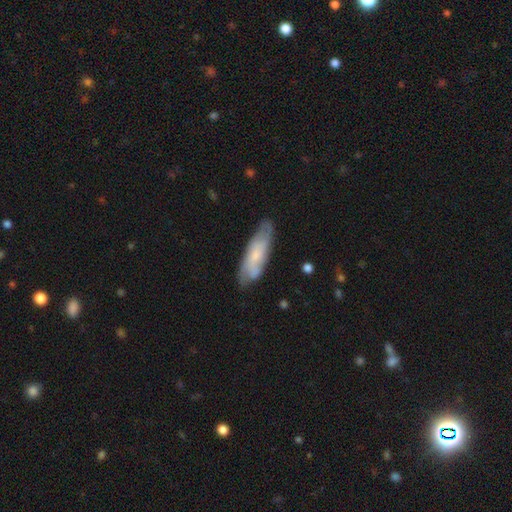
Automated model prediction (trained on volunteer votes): smooth_or_featured: featured or disk (p=0.48) [alt: smooth p=0.46]
merging: none (p=0.71) [alt: minor disturbance p=0.22]